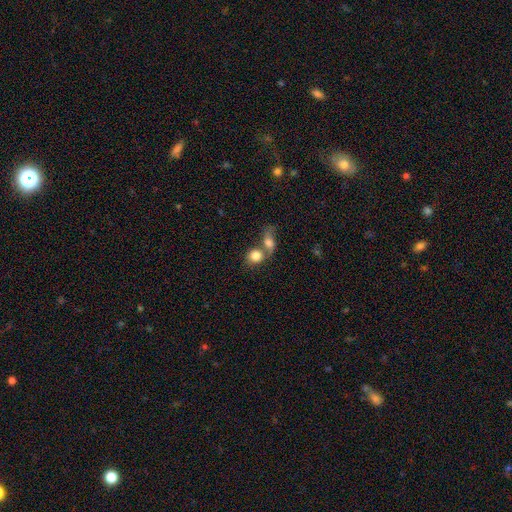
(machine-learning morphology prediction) Smooth or featured?
  - smooth: 81% *
  - featured or disk: 11%
  - star or artifact: 8%
How rounded?
  - round: 70% *
  - in between: 28%
  - cigar-shaped: 2%
Merging?
  - merger: 55% *
  - none: 32%
  - minor disturbance: 8%
  - major disturbance: 5%